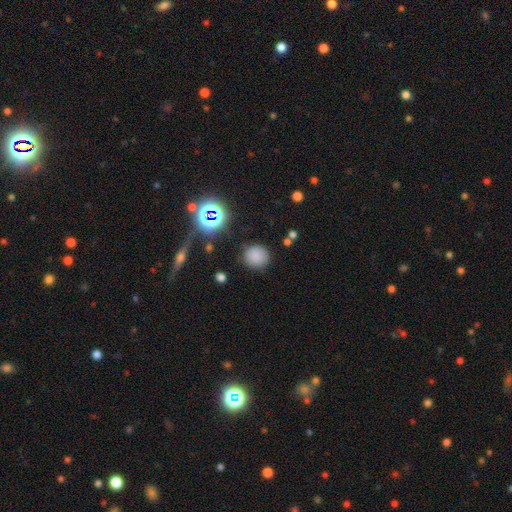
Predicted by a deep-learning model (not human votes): Q: Smooth or featured?
A: smooth (79%); runner-up: star or artifact (16%)
Q: How rounded?
A: round (89%); runner-up: in between (9%)
Q: Merging?
A: none (83%); runner-up: minor disturbance (11%)